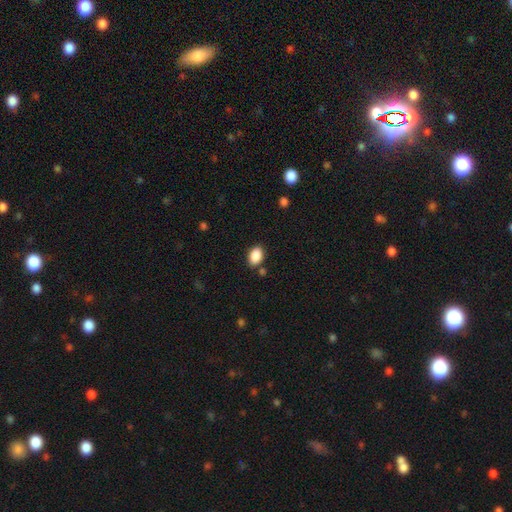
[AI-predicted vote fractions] Q: Smooth or featured?
A: smooth (88%); runner-up: star or artifact (8%)
Q: How rounded?
A: in between (84%); runner-up: round (15%)
Q: Merging?
A: none (83%); runner-up: minor disturbance (11%)